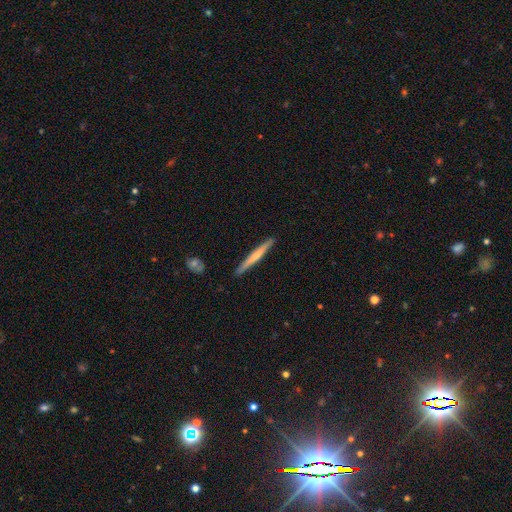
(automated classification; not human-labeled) Smooth or featured? smooth (49%)
Merging? none (91%)